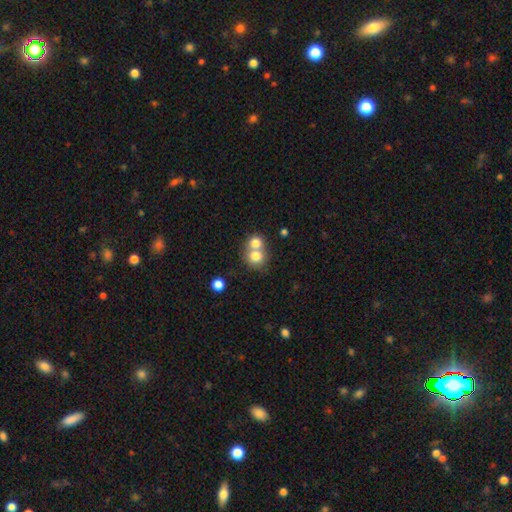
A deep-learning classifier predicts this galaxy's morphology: Overall: smooth (76%). How rounded: round (78%). Merging: merger (60%; none 32%).